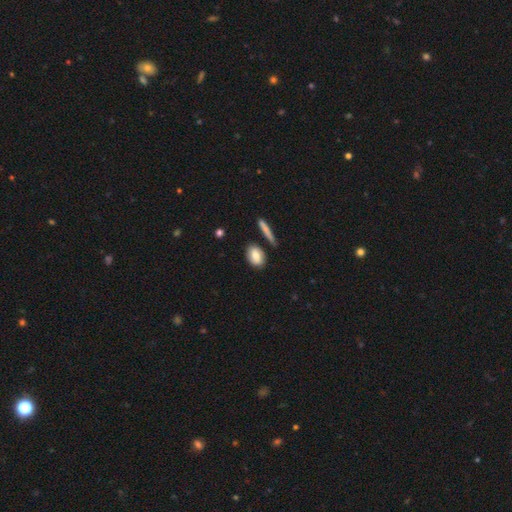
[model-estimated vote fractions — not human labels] Morphology: type=smooth (78%); roundness=in between (76%); merging=none (77%).